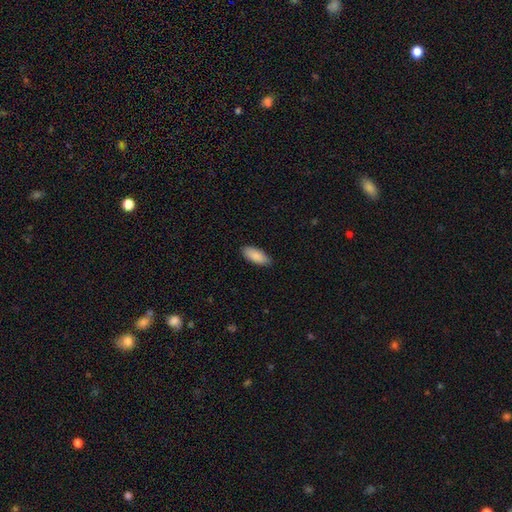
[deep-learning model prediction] A smooth galaxy with no disk features (89%) that is in between round and cigar-shaped (84%).

Vote fractions:
- Smooth or featured? smooth: 89% / star or artifact: 6% / featured or disk: 5%
- How rounded? in between: 84% / cigar-shaped: 15% / round: 2%
- Merging? none: 87% / minor disturbance: 11% / major disturbance: 2% / merger: 1%